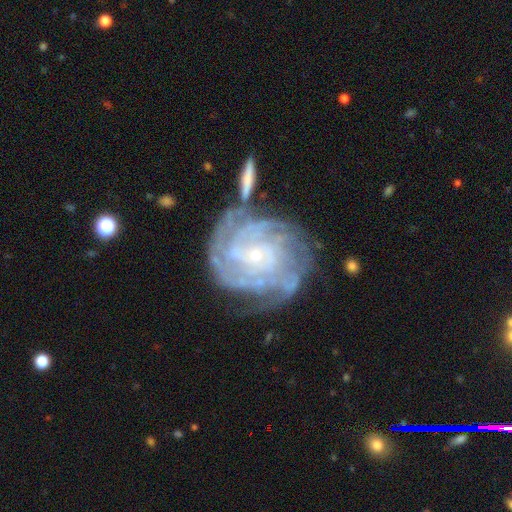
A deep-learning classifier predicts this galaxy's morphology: smooth-or-featured: featured or disk: 88% | smooth: 6% | star or artifact: 6%
  disk-edge-on: no: 97% | yes: 3%
    bar: no: 71% | weak: 23% | strong: 6%
    has-spiral-arms: yes: 96% | no: 4%
      spiral-winding: tight: 75% | medium: 21% | loose: 5%
      spiral-arm-count: can't tell: 29% | 4: 26% | more than 4: 15% | 3: 14% | 2: 9% | 1: 6%
    bulge-size: small: 85% | moderate: 11% | none: 2% | large: 1% | dominant: 1%
  merging: none: 59% | minor disturbance: 21% | major disturbance: 12% | merger: 9%